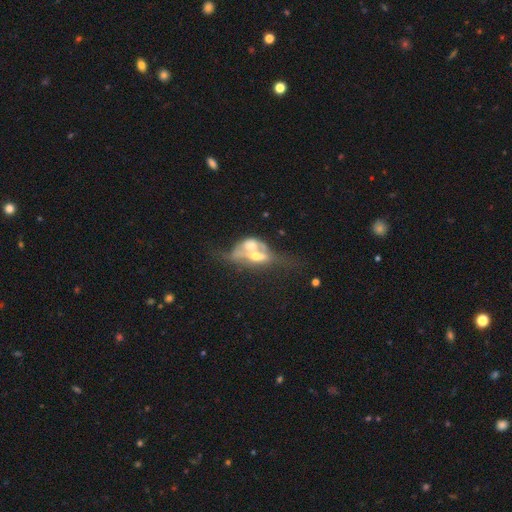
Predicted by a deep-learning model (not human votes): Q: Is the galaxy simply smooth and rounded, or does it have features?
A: featured or disk — 56%.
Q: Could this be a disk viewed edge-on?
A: no — 73%.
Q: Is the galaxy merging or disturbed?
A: merger — 73%.